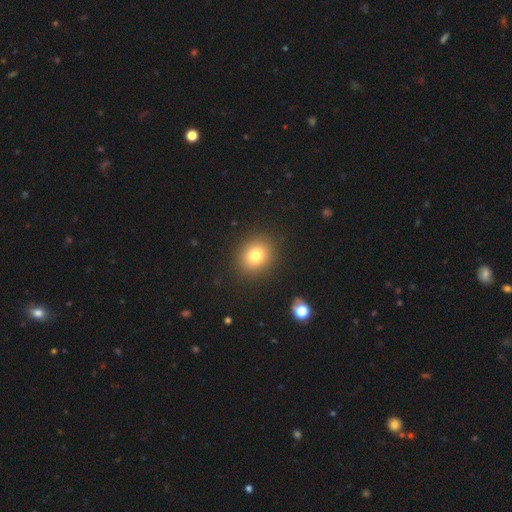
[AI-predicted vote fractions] Smooth or featured?
  - smooth: 78% *
  - star or artifact: 13%
  - featured or disk: 9%
How rounded?
  - round: 72% *
  - in between: 27%
  - cigar-shaped: 1%
Merging?
  - none: 90% *
  - minor disturbance: 6%
  - major disturbance: 3%
  - merger: 1%